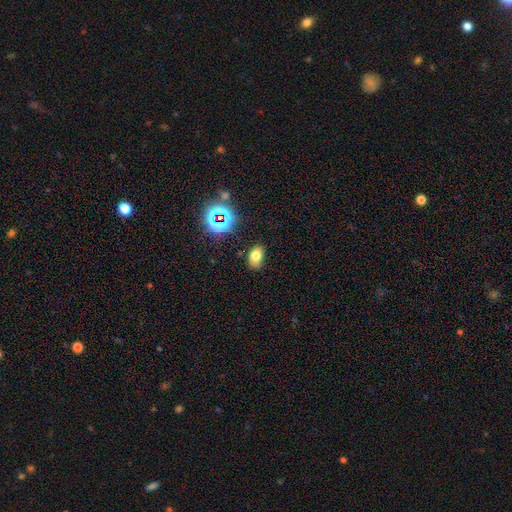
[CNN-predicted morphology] smooth_or_featured: smooth (p=0.72) [alt: star or artifact p=0.18]
how_rounded: in between (p=0.83) [alt: round p=0.16]
merging: none (p=0.76) [alt: minor disturbance p=0.17]